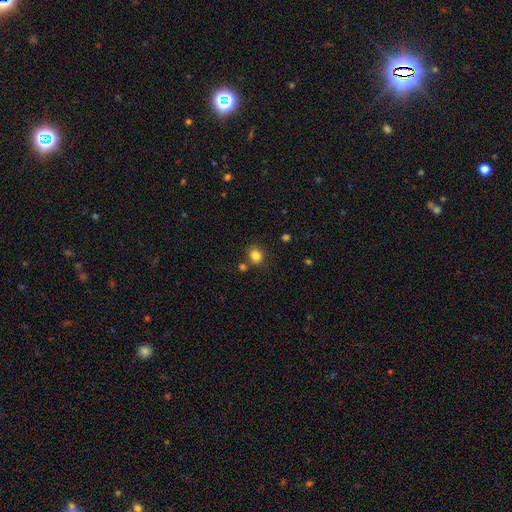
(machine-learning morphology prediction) A smooth galaxy with no disk features (83%) that is round (67%). Merging: none (74%).